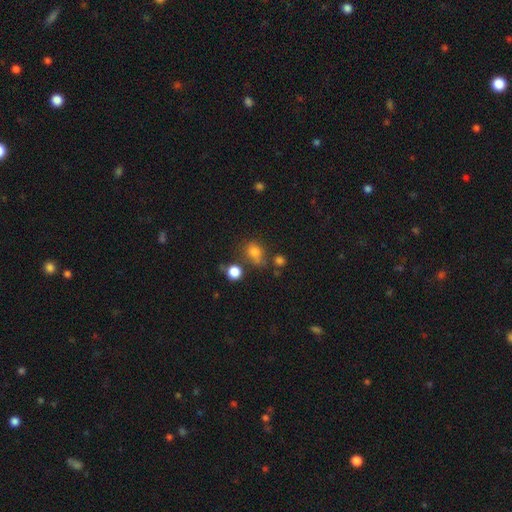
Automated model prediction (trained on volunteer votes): Morphology: type=smooth (65%); roundness=round (58%); merging=none (62%).